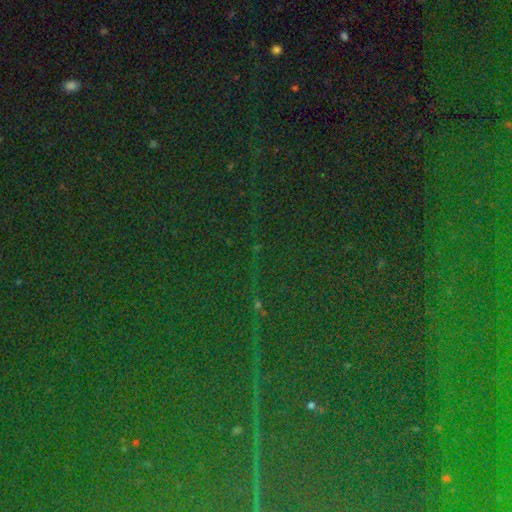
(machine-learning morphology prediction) star or artifact 85%, smooth 8%, featured or disk 7%.